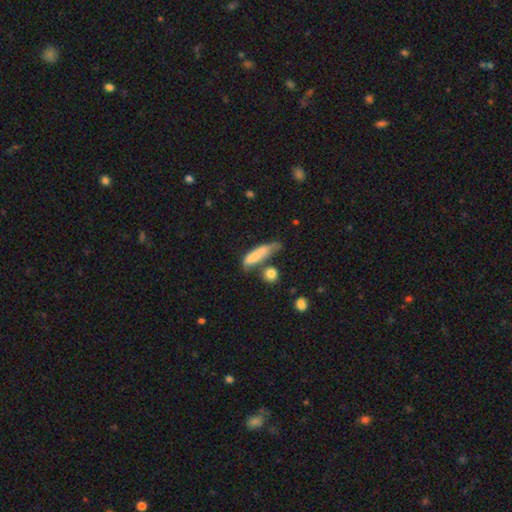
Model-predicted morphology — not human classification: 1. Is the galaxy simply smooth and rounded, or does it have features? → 76% smooth, 16% featured or disk, 8% star or artifact.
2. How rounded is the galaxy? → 62% cigar-shaped, 33% in between, 5% round.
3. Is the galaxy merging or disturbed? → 36% none, 29% minor disturbance, 18% major disturbance, 17% merger.